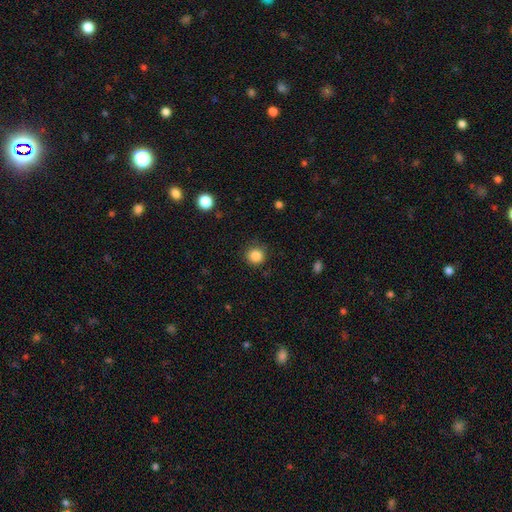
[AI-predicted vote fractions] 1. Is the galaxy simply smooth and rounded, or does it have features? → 86% smooth, 10% star or artifact, 3% featured or disk.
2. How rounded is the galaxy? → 93% round, 6% in between, 1% cigar-shaped.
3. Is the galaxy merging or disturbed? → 86% none, 10% minor disturbance, 3% major disturbance, 1% merger.